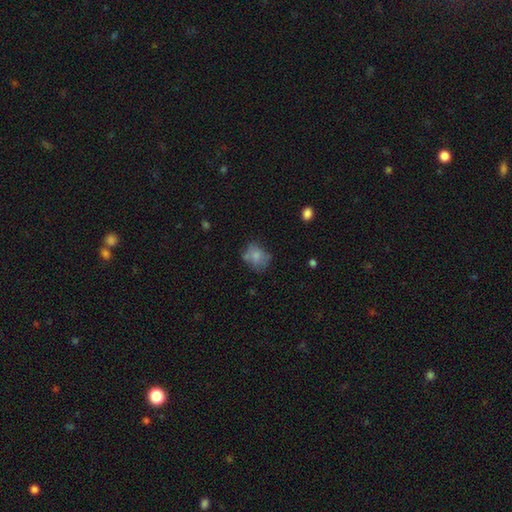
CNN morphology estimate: smooth-or-featured: smooth: 70% | featured or disk: 20% | star or artifact: 10%
  how-rounded: round: 50% | in between: 49% | cigar-shaped: 1%
  merging: none: 52% | minor disturbance: 27% | major disturbance: 14% | merger: 7%